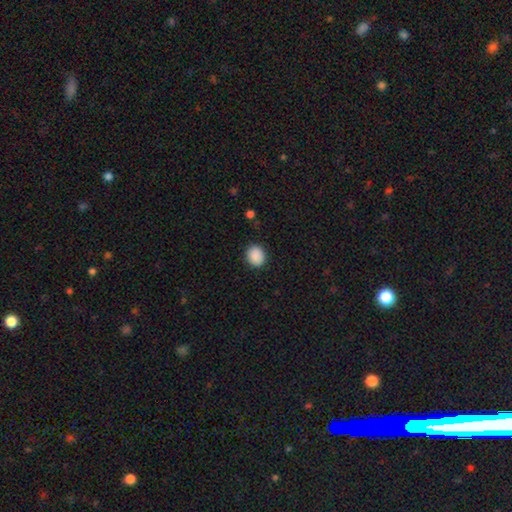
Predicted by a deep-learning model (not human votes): Morphology: type=smooth (90%); roundness=round (70%); merging=none (89%).